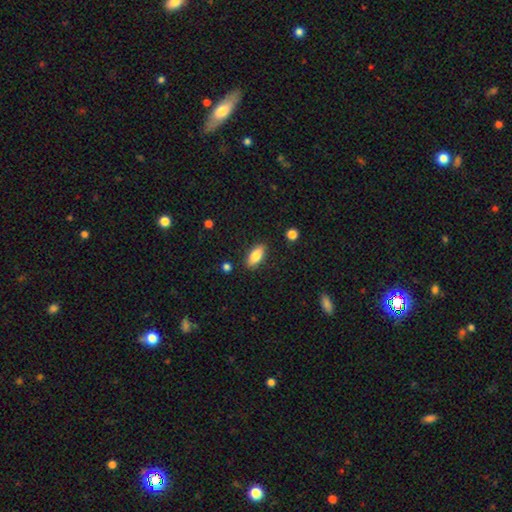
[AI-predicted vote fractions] Smooth or featured: smooth — 82% (featured or disk — 11%)
How rounded: in between — 87% (cigar-shaped — 10%)
Merging: none — 87% (minor disturbance — 9%)